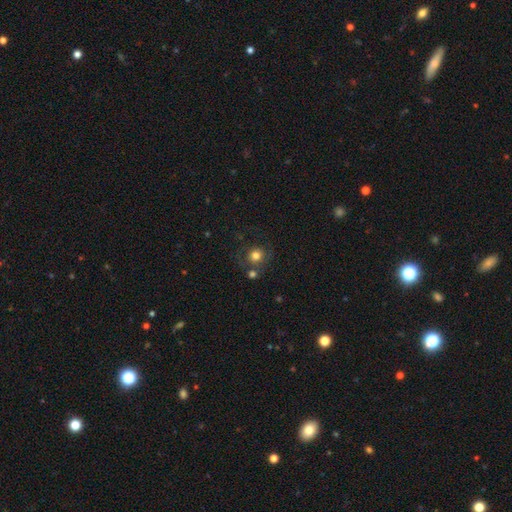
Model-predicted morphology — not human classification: Smooth or featured?
  - smooth: 74% *
  - featured or disk: 14%
  - star or artifact: 12%
How rounded?
  - round: 89% *
  - in between: 10%
  - cigar-shaped: 1%
Merging?
  - none: 65% *
  - merger: 14%
  - minor disturbance: 13%
  - major disturbance: 8%